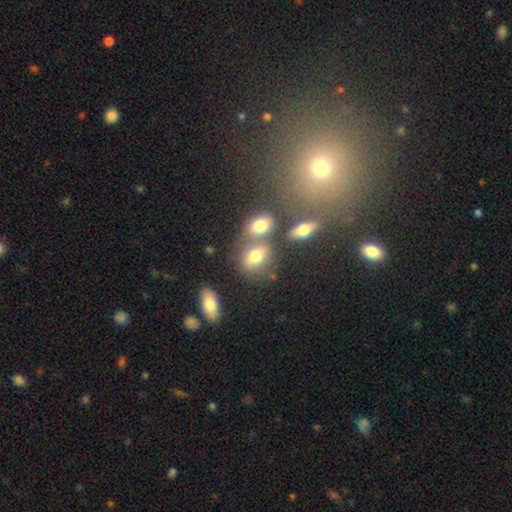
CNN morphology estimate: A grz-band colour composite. It shows a smooth galaxy with no disk features (67%) that is in between round and cigar-shaped (67%). Merging: none (46%).